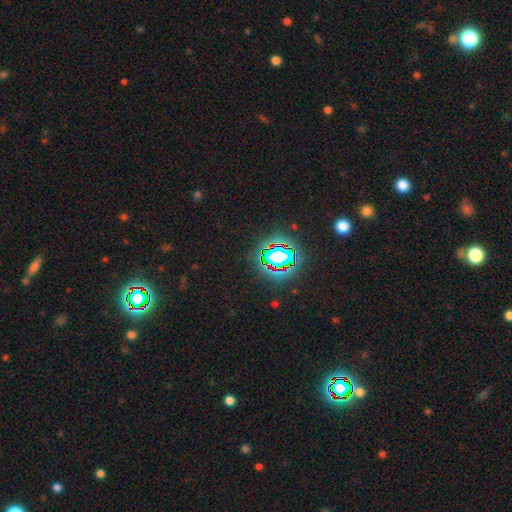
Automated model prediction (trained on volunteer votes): Smooth or featured: star or artifact — 83% (smooth — 10%)